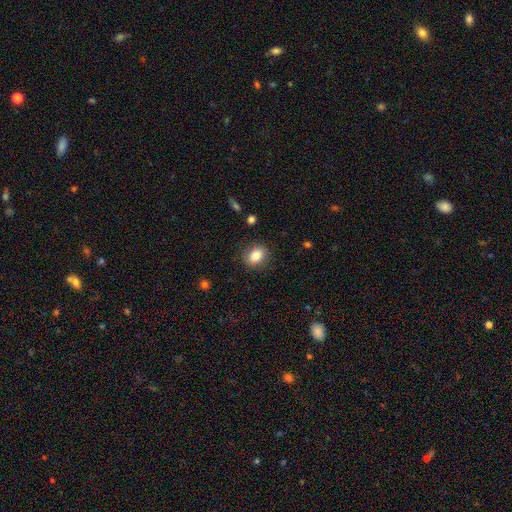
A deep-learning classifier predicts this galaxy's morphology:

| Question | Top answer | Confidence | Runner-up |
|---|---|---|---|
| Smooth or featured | smooth | 82% | star or artifact (9%) |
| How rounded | in between | 53% | round (46%) |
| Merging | none | 86% | minor disturbance (10%) |